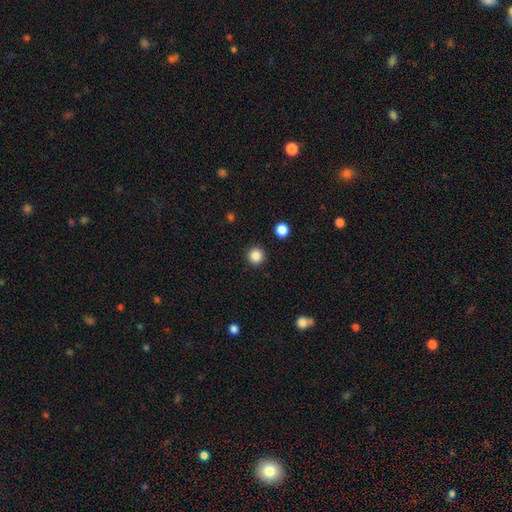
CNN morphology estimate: smooth-or-featured: smooth: 86% | star or artifact: 11% | featured or disk: 3%
  how-rounded: round: 95% | in between: 4% | cigar-shaped: 1%
  merging: none: 92% | minor disturbance: 5% | major disturbance: 2% | merger: 1%